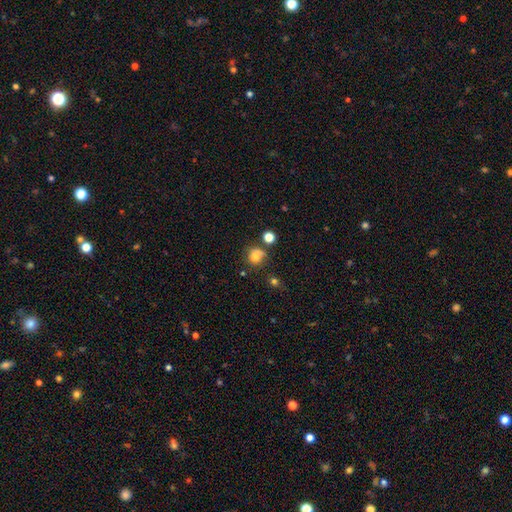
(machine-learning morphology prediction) A smooth galaxy with no disk features (73%) that is round (82%). Merging: none (56%).